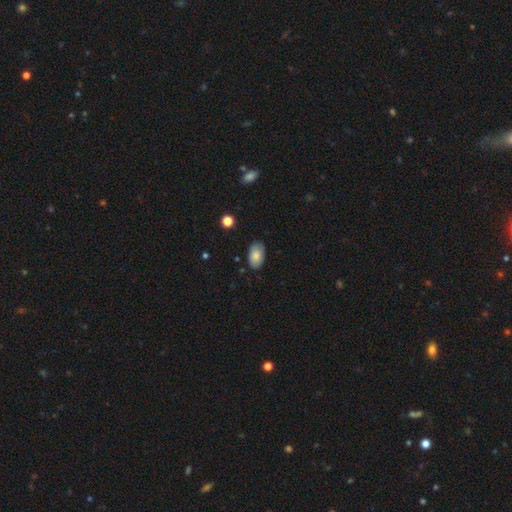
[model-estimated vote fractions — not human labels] Overall: smooth (83%). How rounded: in between (94%). Merging: none (82%).